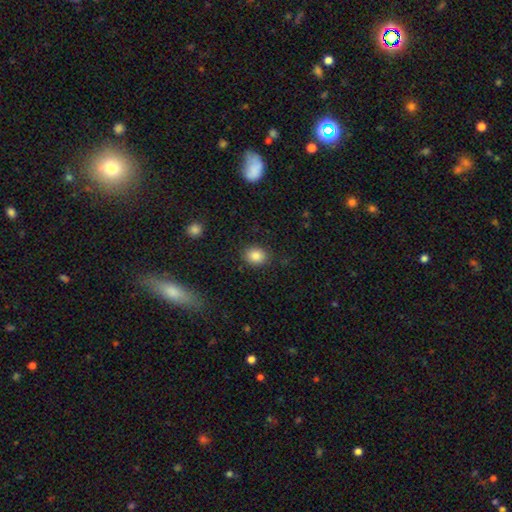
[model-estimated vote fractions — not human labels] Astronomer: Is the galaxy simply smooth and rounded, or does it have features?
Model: smooth — 86%.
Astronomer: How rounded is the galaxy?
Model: round — 51% (runner-up: in between, 48%).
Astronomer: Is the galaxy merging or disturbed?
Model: none — 85%.